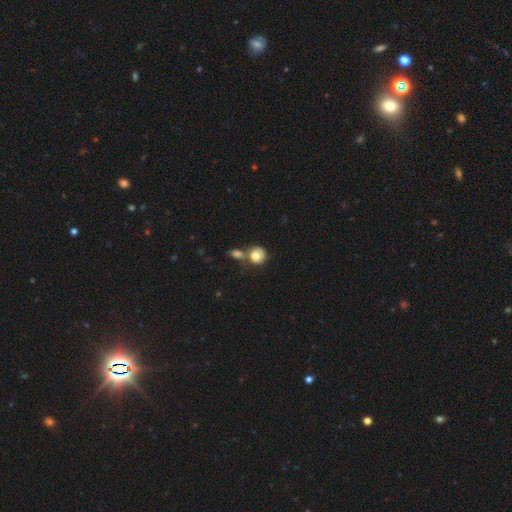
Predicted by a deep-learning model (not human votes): The model was most divided on "merging": merger: 44%, none: 39%, minor disturbance: 12%, major disturbance: 5%. More confident: smooth or featured — smooth (81%); how rounded — round (80%).